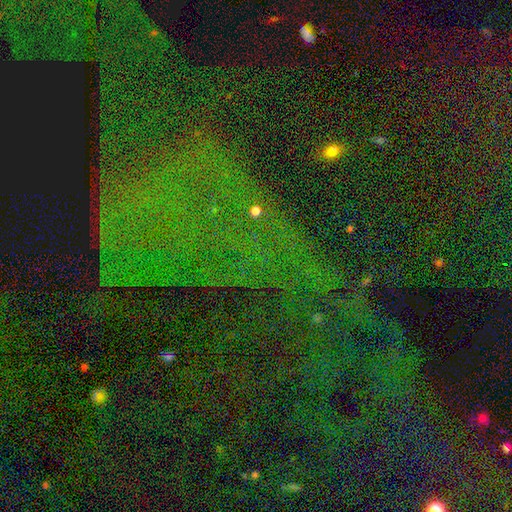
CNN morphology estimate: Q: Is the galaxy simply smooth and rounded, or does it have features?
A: star or artifact — 81%.